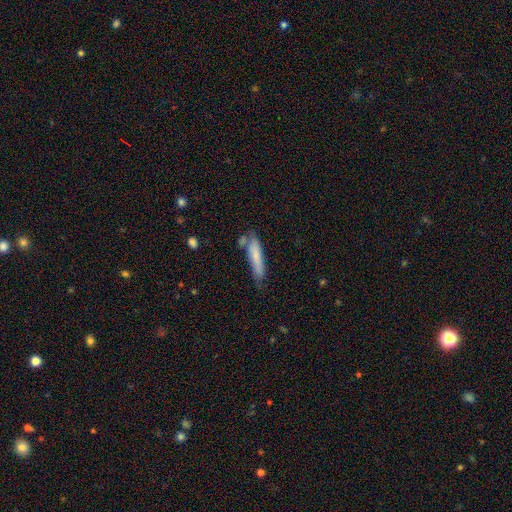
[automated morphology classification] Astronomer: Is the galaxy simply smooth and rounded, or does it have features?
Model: smooth — 72%.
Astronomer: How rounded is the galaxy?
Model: cigar-shaped — 83%.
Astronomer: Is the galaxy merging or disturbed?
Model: none — 59%.